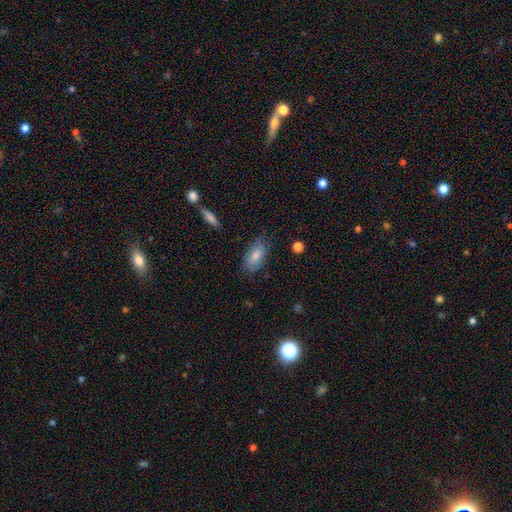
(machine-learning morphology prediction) Overall: smooth (79%). How rounded: in between (92%). Merging: none (76%).